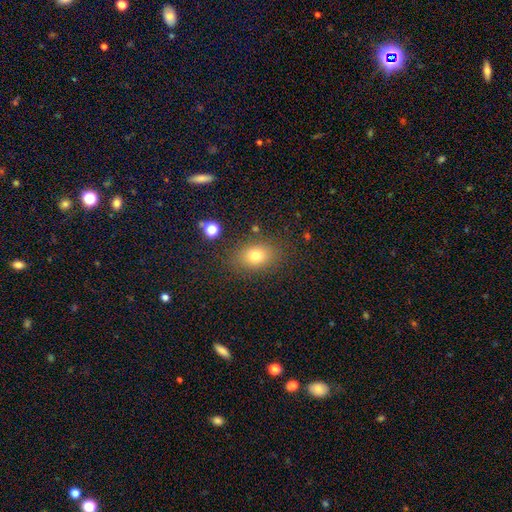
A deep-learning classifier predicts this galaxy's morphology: Smooth or featured? smooth (76%)
How rounded? in between (71%)
Merging? none (82%)